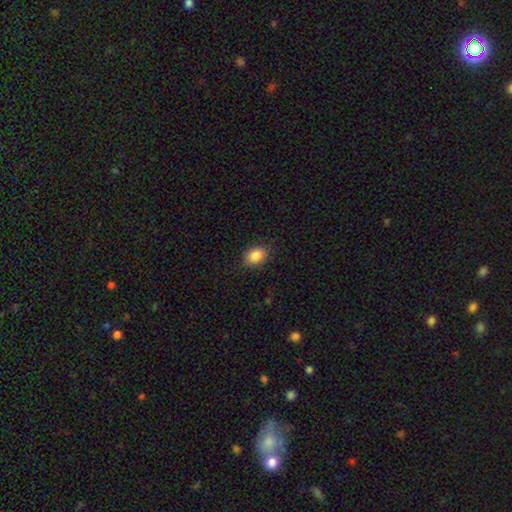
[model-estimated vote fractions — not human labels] A smooth galaxy with no disk features (87%) that is in between round and cigar-shaped (70%). Merging: none (85%).